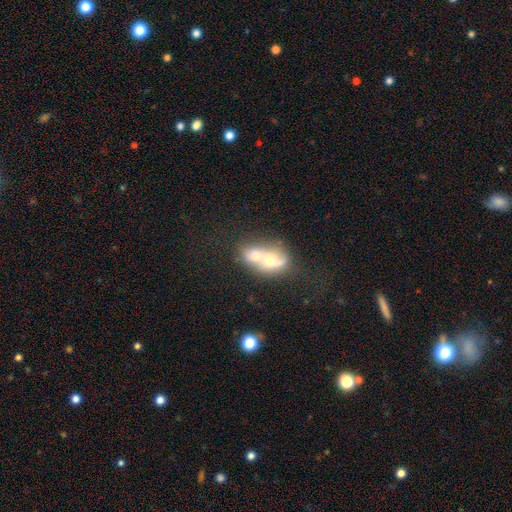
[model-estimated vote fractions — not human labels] smooth-or-featured: smooth: 55% | featured or disk: 36% | star or artifact: 9%
  how-rounded: in between: 59% | round: 38% | cigar-shaped: 4%
  merging: merger: 78% | none: 12% | major disturbance: 5% | minor disturbance: 5%